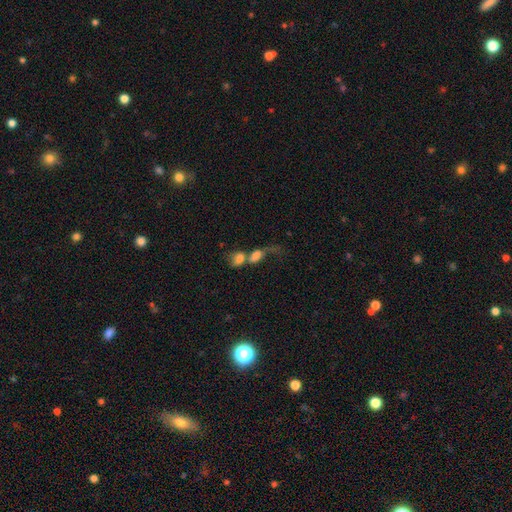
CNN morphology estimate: smooth 63%, featured or disk 24%, star or artifact 13%. Down the decision tree: how rounded — in between (69%); merging — merger (73%).